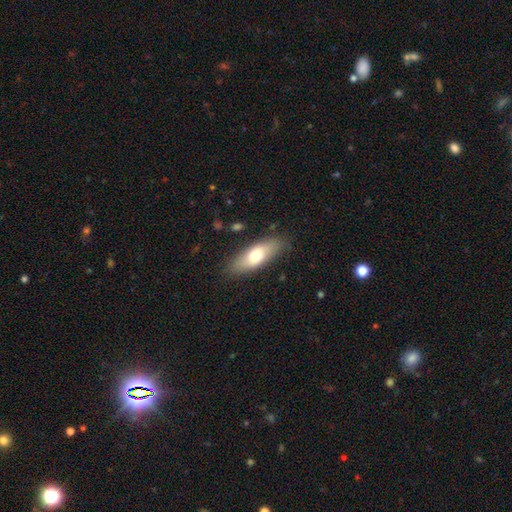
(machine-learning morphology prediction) smooth-or-featured: smooth: 69% | featured or disk: 25% | star or artifact: 6%
  how-rounded: in between: 69% | cigar-shaped: 29% | round: 2%
  merging: none: 83% | minor disturbance: 13% | major disturbance: 3% | merger: 1%